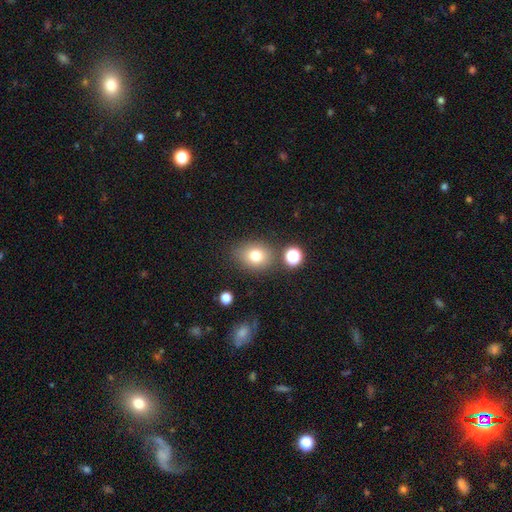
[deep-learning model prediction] Smooth or featured?
  - smooth: 76% *
  - star or artifact: 13%
  - featured or disk: 10%
How rounded?
  - round: 58% *
  - in between: 41%
  - cigar-shaped: 1%
Merging?
  - none: 77% *
  - minor disturbance: 12%
  - merger: 6%
  - major disturbance: 4%